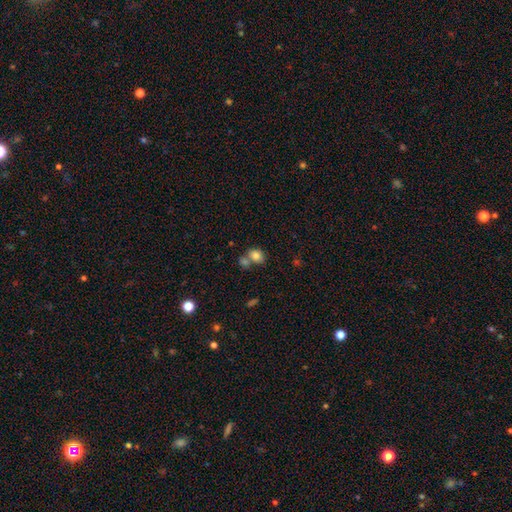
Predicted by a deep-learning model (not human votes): Overall: smooth (79%). How rounded: round (51%; in between 48%). Merging: none (46%; merger 38%).